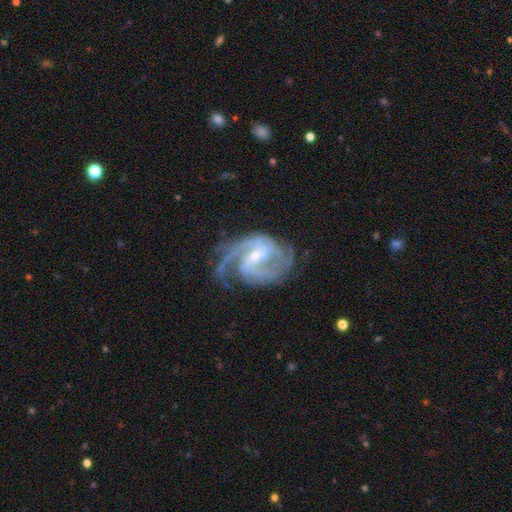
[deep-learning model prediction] smooth-or-featured: featured or disk: 92% | star or artifact: 5% | smooth: 3%
  disk-edge-on: no: 98% | yes: 2%
    bar: weak: 50% | strong: 32% | no: 19%
    has-spiral-arms: yes: 98% | no: 2%
      spiral-winding: medium: 51% | tight: 36% | loose: 13%
      spiral-arm-count: 2: 46% | 3: 25% | can't tell: 11% | 4: 7% | 1: 5% | more than 4: 5%
    bulge-size: small: 68% | moderate: 28% | none: 2% | large: 1% | dominant: 1%
  merging: none: 66% | minor disturbance: 20% | major disturbance: 12% | merger: 2%